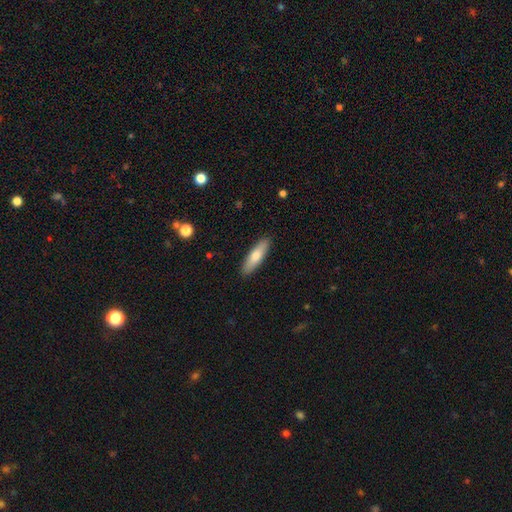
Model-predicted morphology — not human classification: smooth-or-featured: smooth: 69% | featured or disk: 25% | star or artifact: 6%
  how-rounded: cigar-shaped: 62% | in between: 36% | round: 2%
  merging: none: 90% | minor disturbance: 7% | major disturbance: 2% | merger: 1%